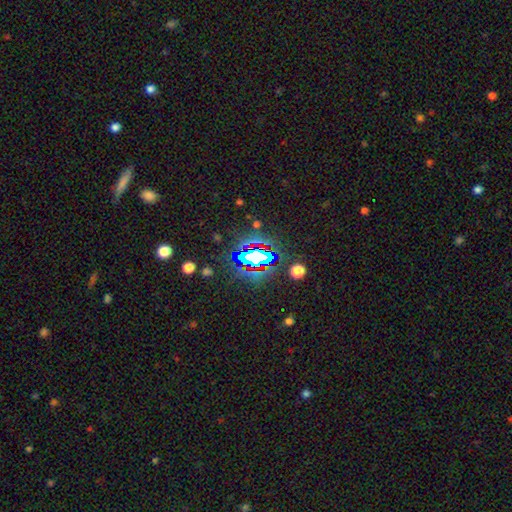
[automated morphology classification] A star or artifact, not a galaxy (67%).